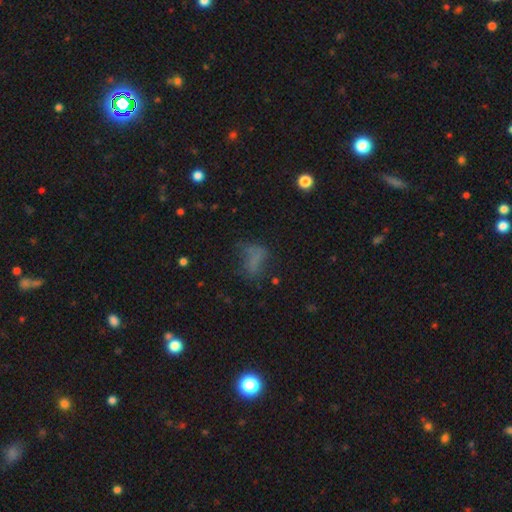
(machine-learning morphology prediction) Smooth or featured: smooth — 58% (star or artifact — 22%)
How rounded: in between — 75% (round — 15%)
Merging: none — 44% (major disturbance — 26%)